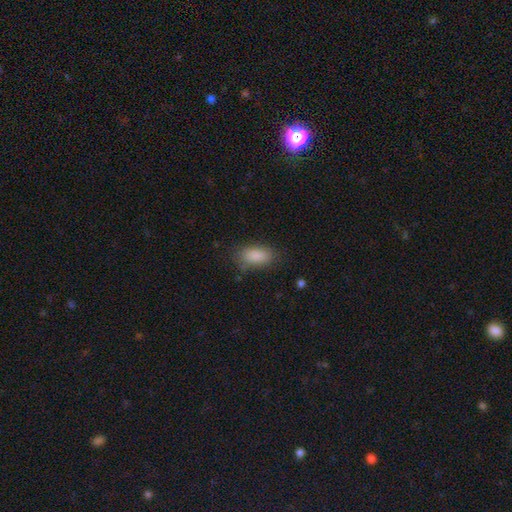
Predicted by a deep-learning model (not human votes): Smooth or featured? Predicted: smooth (p=0.87). How rounded? Predicted: in between (p=0.91). Merging? Predicted: none (p=0.78).